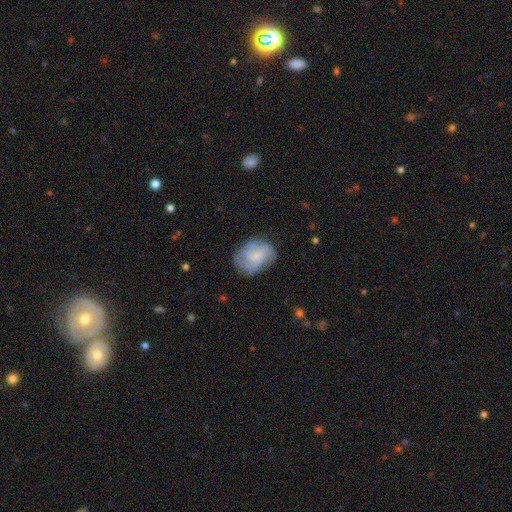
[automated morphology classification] A featured or disk galaxy (57%) with no bar (69%), spiral arms (86%) and a small central bulge (60%). Merging: none (66%).